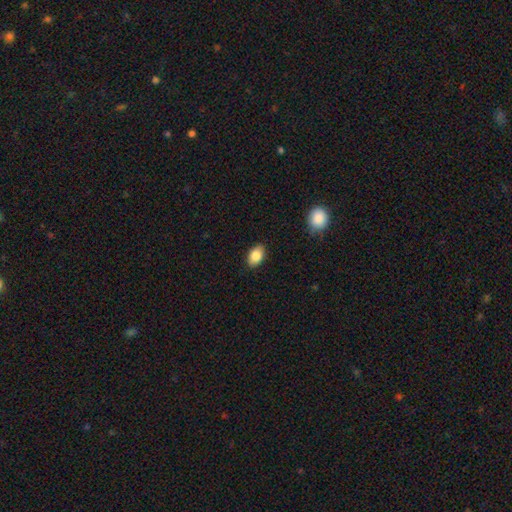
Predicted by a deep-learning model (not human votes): Smooth or featured?
  - smooth: 86% *
  - star or artifact: 8%
  - featured or disk: 7%
How rounded?
  - in between: 88% *
  - round: 10%
  - cigar-shaped: 1%
Merging?
  - none: 87% *
  - minor disturbance: 10%
  - major disturbance: 2%
  - merger: 1%